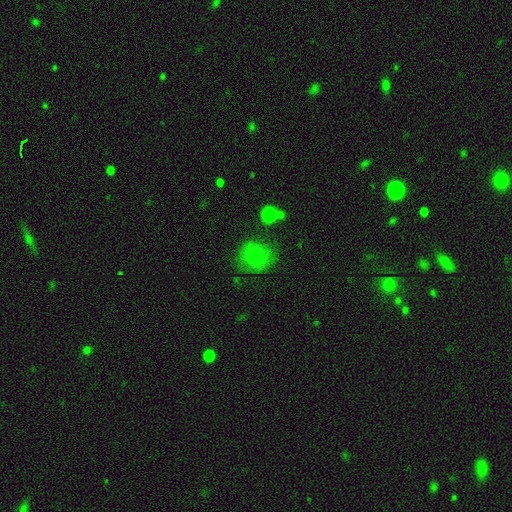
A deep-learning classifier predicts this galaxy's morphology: Smooth or featured?
  - smooth: 72% *
  - featured or disk: 16%
  - star or artifact: 12%
How rounded?
  - round: 70% *
  - in between: 29%
  - cigar-shaped: 1%
Merging?
  - none: 64% *
  - minor disturbance: 22%
  - major disturbance: 10%
  - merger: 4%